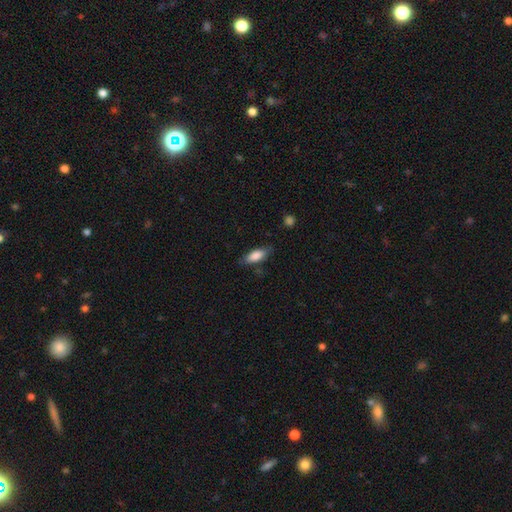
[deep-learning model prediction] Overall: smooth (82%). How rounded: in between (74%). Merging: none (77%).